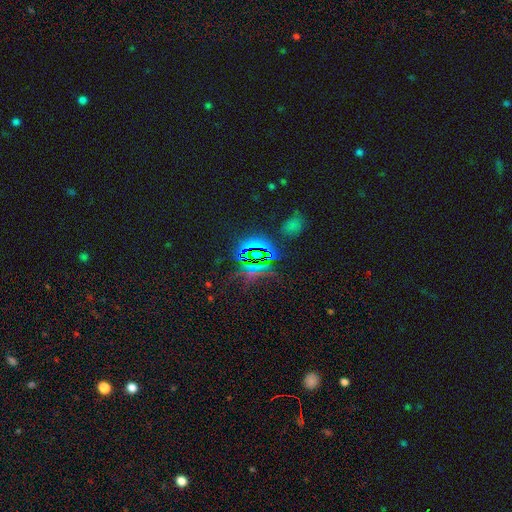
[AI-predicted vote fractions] This is likely a star or artifact rather than a galaxy (76%).